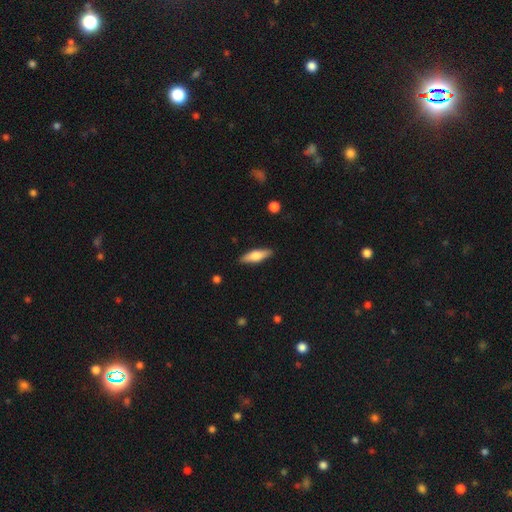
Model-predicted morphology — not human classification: Smooth or featured: smooth — 65% (featured or disk — 29%)
How rounded: cigar-shaped — 51% (in between — 46%)
Merging: none — 88% (minor disturbance — 9%)